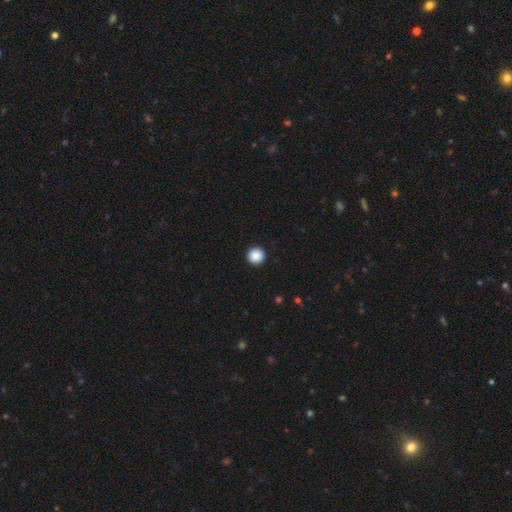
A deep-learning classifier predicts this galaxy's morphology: The model was most divided on "smooth or featured": smooth: 88%, star or artifact: 9%, featured or disk: 3%. More confident: how rounded — round (96%); merging — none (94%).